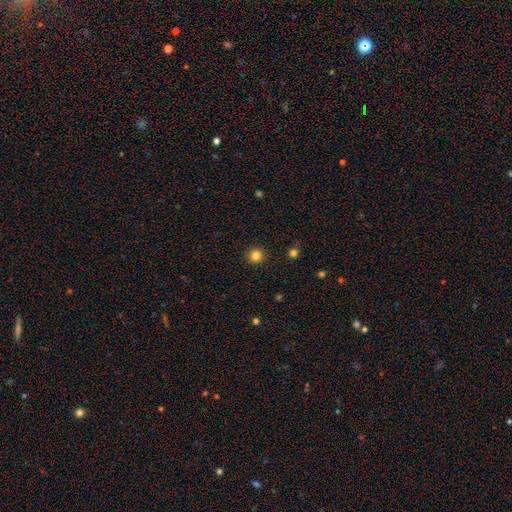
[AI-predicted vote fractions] Overall: smooth (82%). How rounded: round (94%). Merging: none (92%).